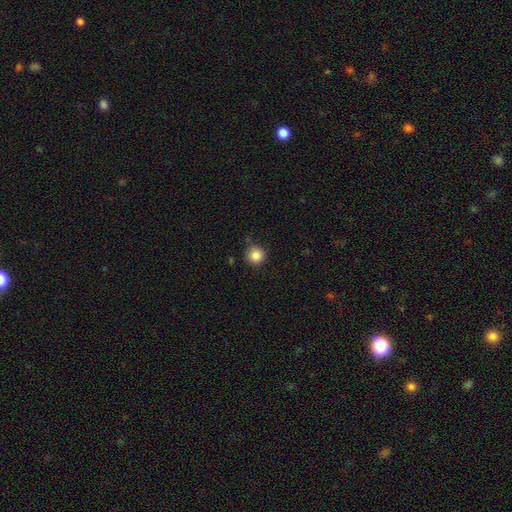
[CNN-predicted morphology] Smooth or featured: smooth — 85% (star or artifact — 10%)
How rounded: round — 95% (in between — 4%)
Merging: none — 81% (minor disturbance — 13%)